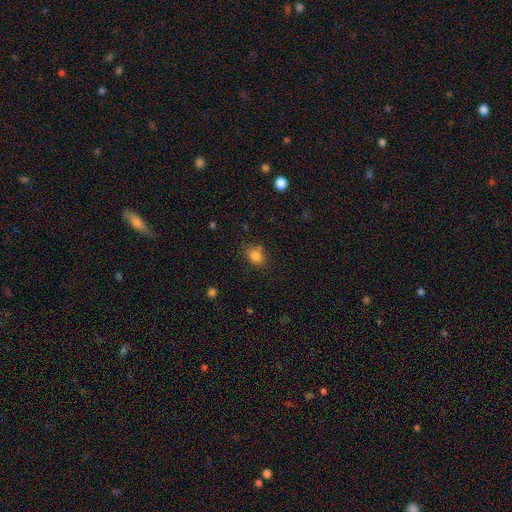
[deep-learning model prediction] Smooth or featured? smooth (81%)
How rounded? in between (51%)
Merging? none (72%)